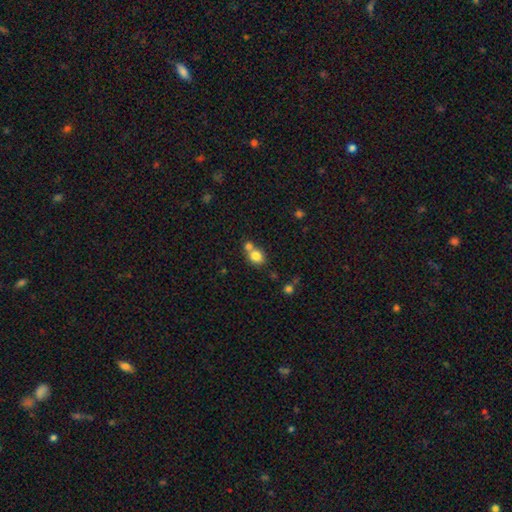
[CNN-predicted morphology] smooth_or_featured: smooth (p=0.81) [alt: star or artifact p=0.10]
how_rounded: round (p=0.65) [alt: in between p=0.34]
merging: merger (p=0.45) [alt: none p=0.44]